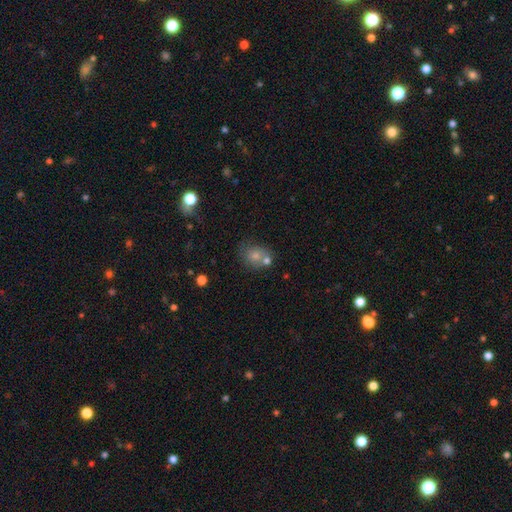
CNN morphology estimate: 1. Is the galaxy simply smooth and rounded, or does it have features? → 70% smooth, 19% featured or disk, 12% star or artifact.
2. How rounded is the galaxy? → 64% round, 35% in between, 1% cigar-shaped.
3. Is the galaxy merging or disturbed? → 45% none, 30% merger, 17% minor disturbance, 7% major disturbance.